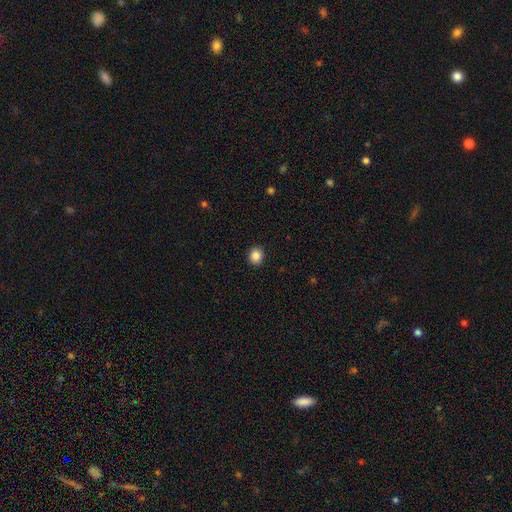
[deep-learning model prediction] Smooth or featured? smooth (87%)
How rounded? round (76%)
Merging? none (92%)